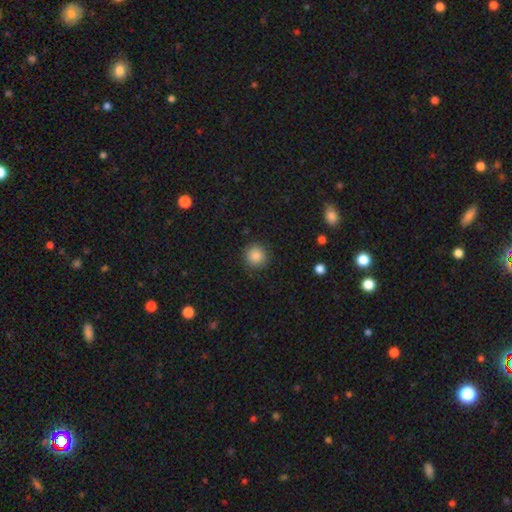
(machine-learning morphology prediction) A smooth galaxy with no disk features (86%) that is round (94%).

Vote fractions:
- Smooth or featured? smooth: 86% / star or artifact: 10% / featured or disk: 4%
- How rounded? round: 94% / in between: 5% / cigar-shaped: 1%
- Merging? none: 89% / minor disturbance: 8% / major disturbance: 2% / merger: 1%